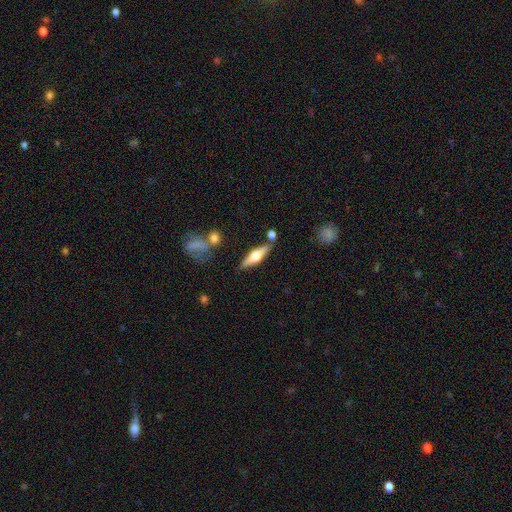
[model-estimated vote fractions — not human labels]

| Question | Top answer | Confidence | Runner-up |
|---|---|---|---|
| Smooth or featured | featured or disk | 60% | smooth (34%) |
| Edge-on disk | yes | 94% | no (6%) |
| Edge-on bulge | rounded | 92% | boxy (5%) |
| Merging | none | 79% | minor disturbance (11%) |